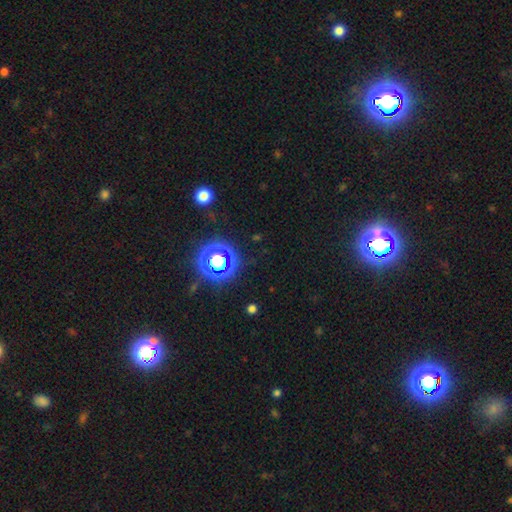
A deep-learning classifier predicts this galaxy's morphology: Q: Smooth or featured?
A: star or artifact (76%); runner-up: smooth (17%)